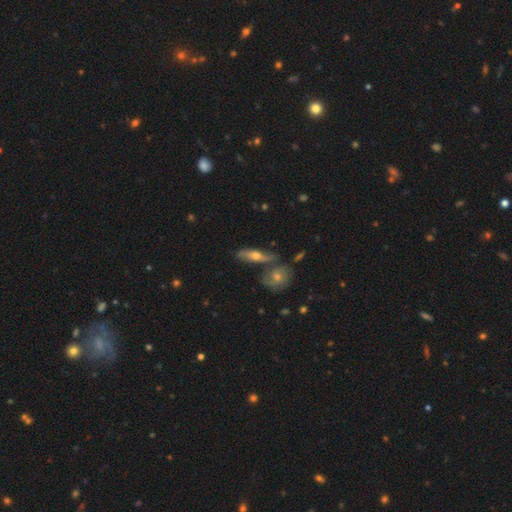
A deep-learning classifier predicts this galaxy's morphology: A featured or disk galaxy (50%). Merging: none (58%).